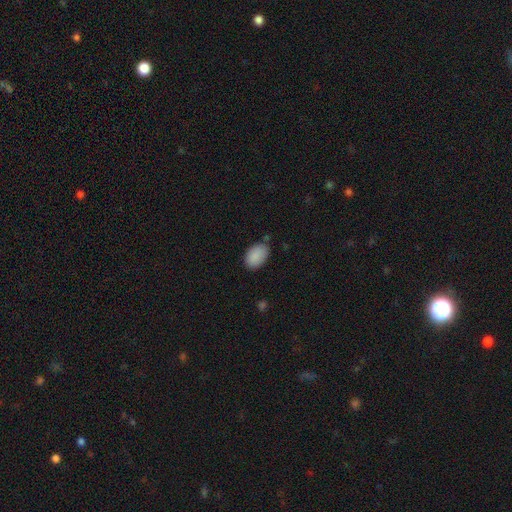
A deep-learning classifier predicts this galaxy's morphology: A smooth galaxy with no disk features (89%) that is in between round and cigar-shaped (91%).

Vote fractions:
- Smooth or featured? smooth: 89% / star or artifact: 7% / featured or disk: 4%
- How rounded? in between: 91% / round: 8% / cigar-shaped: 1%
- Merging? none: 77% / minor disturbance: 17% / major disturbance: 3% / merger: 3%